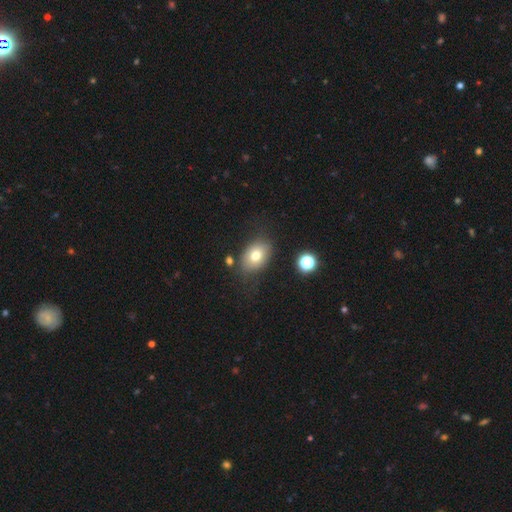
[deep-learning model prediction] smooth_or_featured: smooth (p=0.75) [alt: featured or disk p=0.15]
how_rounded: in between (p=0.79) [alt: round p=0.20]
merging: none (p=0.76) [alt: minor disturbance p=0.15]